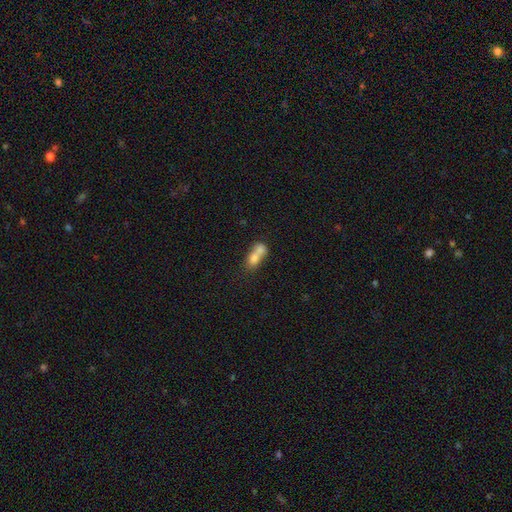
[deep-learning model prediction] Smooth or featured: smooth — 70% (featured or disk — 21%)
How rounded: in between — 64% (round — 30%)
Merging: merger — 74% (none — 17%)